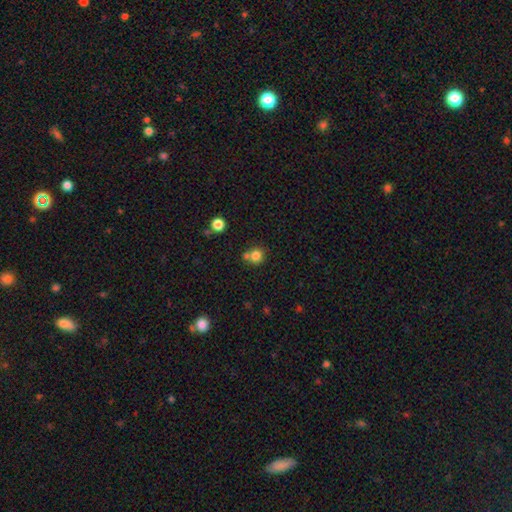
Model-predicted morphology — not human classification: type=smooth (80%); roundness=round (88%); merging=none (59%).